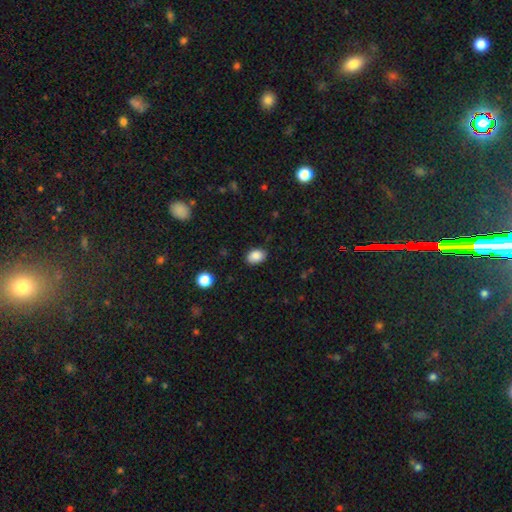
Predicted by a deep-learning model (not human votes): Q: Smooth or featured?
A: smooth (87%); runner-up: star or artifact (9%)
Q: How rounded?
A: in between (78%); runner-up: round (21%)
Q: Merging?
A: none (86%); runner-up: minor disturbance (10%)